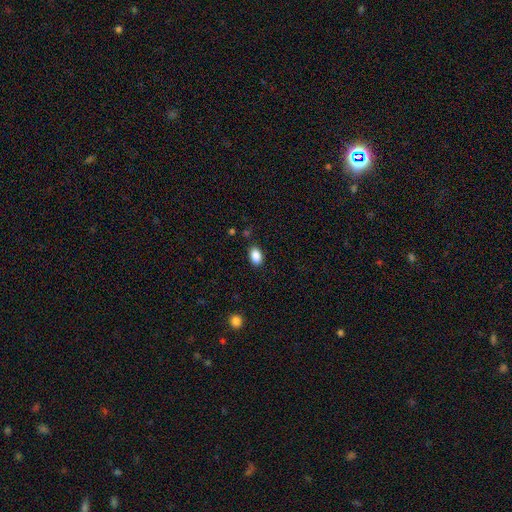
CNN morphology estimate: Overall: smooth (88%). How rounded: in between (87%). Merging: none (86%).